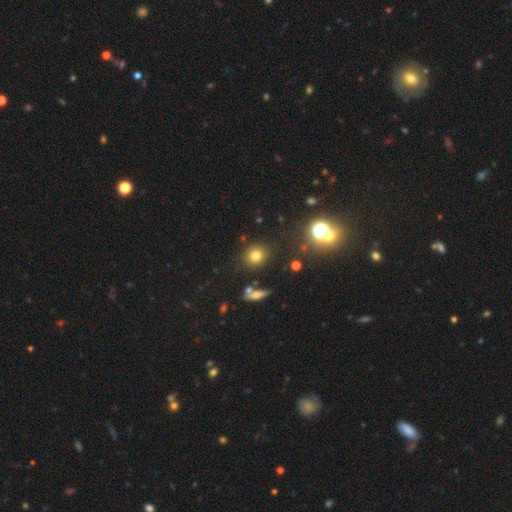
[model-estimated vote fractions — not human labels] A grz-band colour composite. It shows a smooth galaxy with no disk features (74%) that is round (81%). Merging: none (85%).